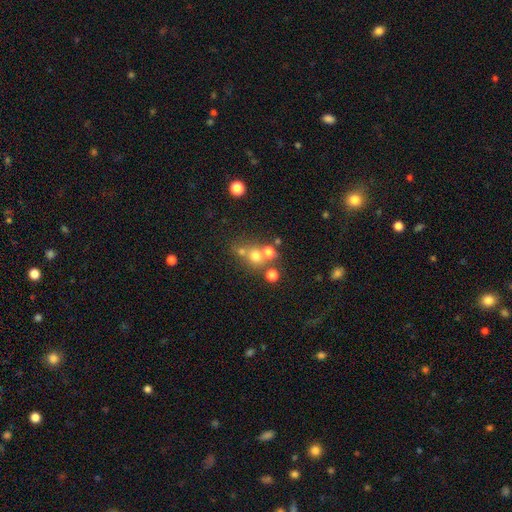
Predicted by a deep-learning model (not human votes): smooth_or_featured: smooth (p=0.63) [alt: star or artifact p=0.21]
how_rounded: round (p=0.80) [alt: in between p=0.19]
merging: none (p=0.50) [alt: merger p=0.36]